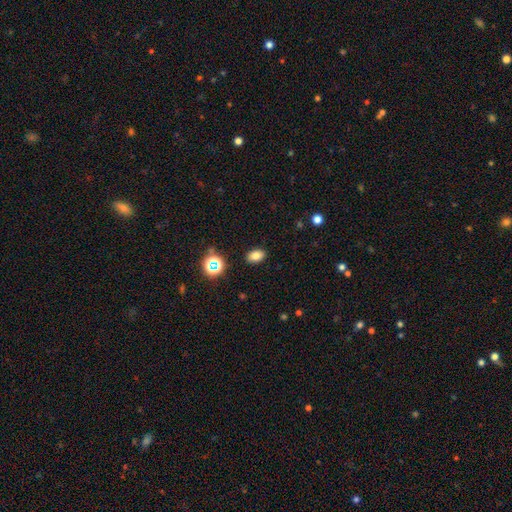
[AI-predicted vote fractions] Smooth or featured? Predicted: smooth (p=0.78). How rounded? Predicted: in between (p=0.85). Merging? Predicted: none (p=0.88).